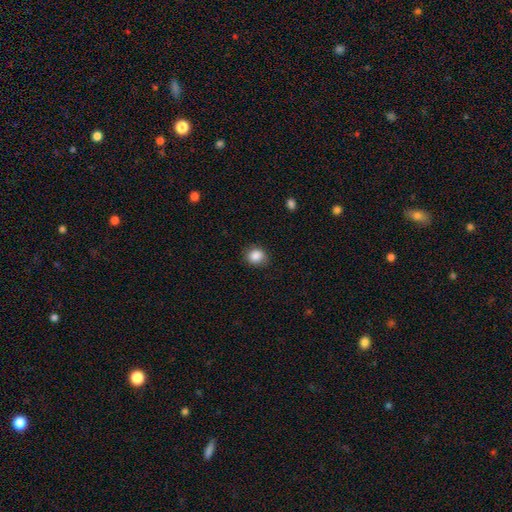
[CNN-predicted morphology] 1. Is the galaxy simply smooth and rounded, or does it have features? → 87% smooth, 9% star or artifact, 4% featured or disk.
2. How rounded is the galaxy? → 70% round, 29% in between, 1% cigar-shaped.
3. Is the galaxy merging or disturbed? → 84% none, 12% minor disturbance, 3% major disturbance, 1% merger.